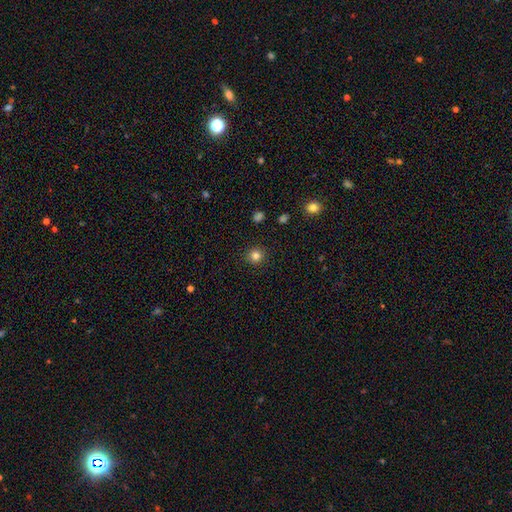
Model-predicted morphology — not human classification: A smooth galaxy with no disk features (82%) that is round (92%).

Vote fractions:
- Smooth or featured? smooth: 82% / star or artifact: 13% / featured or disk: 5%
- How rounded? round: 92% / in between: 7% / cigar-shaped: 1%
- Merging? none: 92% / minor disturbance: 5% / major disturbance: 2% / merger: 1%